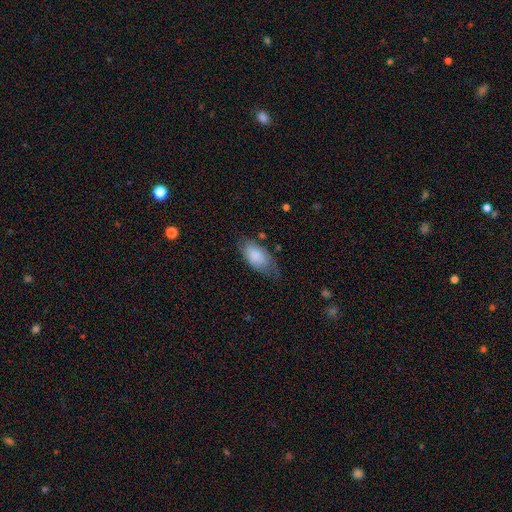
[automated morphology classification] smooth 81%, featured or disk 13%, star or artifact 6%. Down the decision tree: how rounded — in between (93%); merging — none (54%).